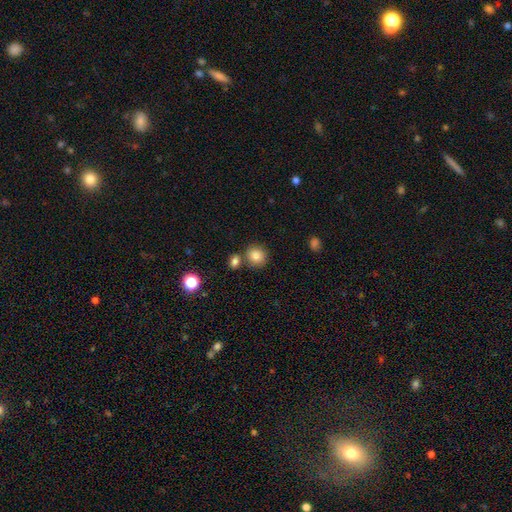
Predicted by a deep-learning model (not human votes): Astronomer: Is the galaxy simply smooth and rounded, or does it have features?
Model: smooth — 84%.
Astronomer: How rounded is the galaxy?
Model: round — 83%.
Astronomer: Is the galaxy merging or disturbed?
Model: none — 72%.